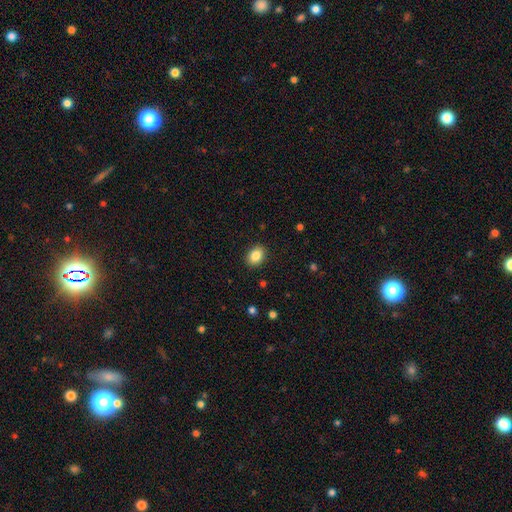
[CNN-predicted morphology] smooth_or_featured: smooth (p=0.86) [alt: star or artifact p=0.09]
how_rounded: in between (p=0.66) [alt: round p=0.33]
merging: none (p=0.90) [alt: minor disturbance p=0.07]